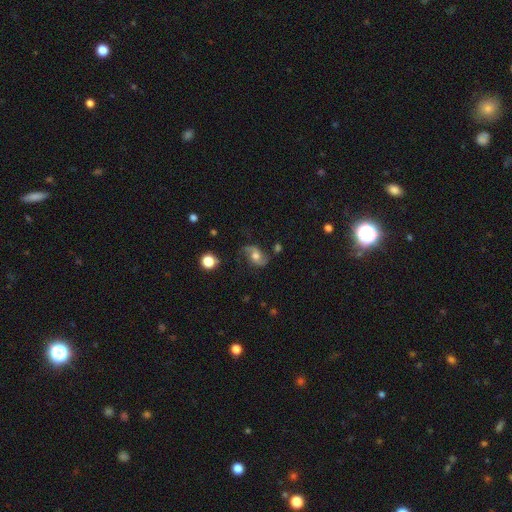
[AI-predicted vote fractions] A featured or disk galaxy (73%) with no bar (63%), 2 (92%) loose (64%) spiral arms (93%) and a moderate central bulge (62%). Merging: none (71%).